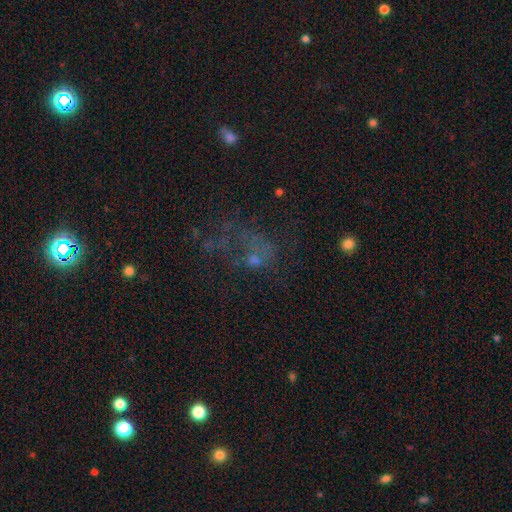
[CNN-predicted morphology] Smooth or featured? featured or disk (38%)
Merging? major disturbance (42%)